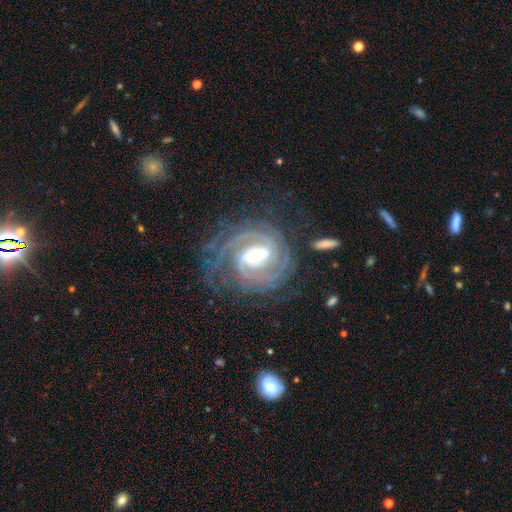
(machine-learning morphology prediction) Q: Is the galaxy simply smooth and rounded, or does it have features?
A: featured or disk — 92%.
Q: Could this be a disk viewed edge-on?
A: no — 97%.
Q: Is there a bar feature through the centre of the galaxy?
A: weak — 44%.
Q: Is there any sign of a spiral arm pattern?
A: yes — 98%.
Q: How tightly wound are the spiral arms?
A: tight — 69%.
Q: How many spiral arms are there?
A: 2 — 43%.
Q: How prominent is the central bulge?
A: moderate — 53%.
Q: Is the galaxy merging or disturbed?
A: none — 68%.